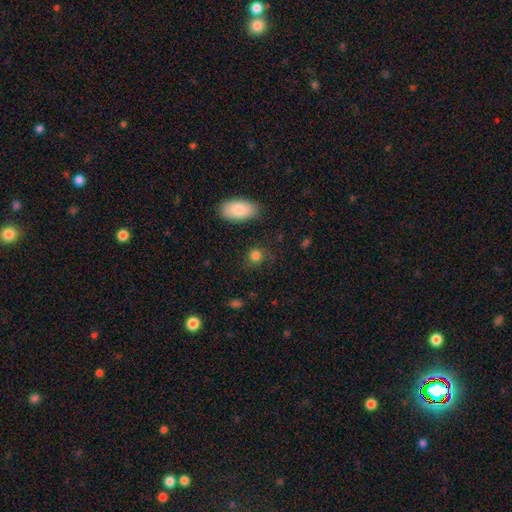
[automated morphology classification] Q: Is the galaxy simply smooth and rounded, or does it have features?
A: smooth — 83%.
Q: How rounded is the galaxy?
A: round — 73%.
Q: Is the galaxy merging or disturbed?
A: none — 78%.